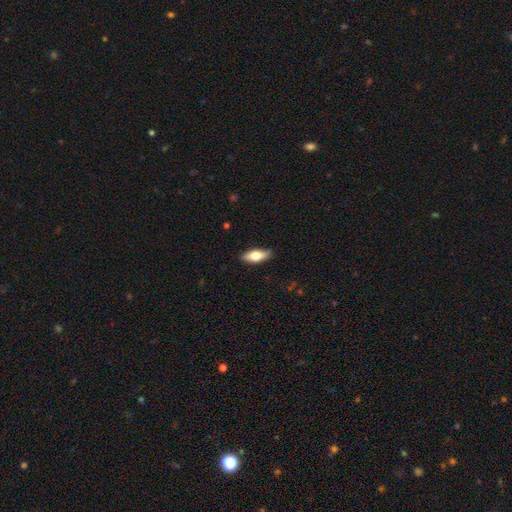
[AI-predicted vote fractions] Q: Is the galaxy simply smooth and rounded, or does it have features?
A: smooth — 68%.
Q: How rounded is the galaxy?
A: in between — 73%.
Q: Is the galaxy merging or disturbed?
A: none — 85%.